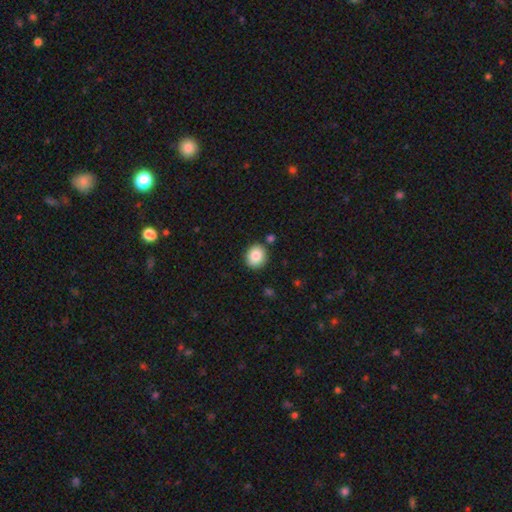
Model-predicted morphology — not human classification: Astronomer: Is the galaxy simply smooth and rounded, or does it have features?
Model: smooth — 85%.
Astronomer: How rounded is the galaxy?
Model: round — 75%.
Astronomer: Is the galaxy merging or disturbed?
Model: none — 84%.